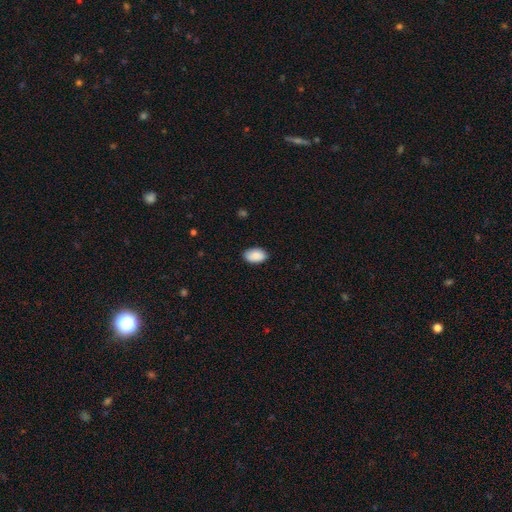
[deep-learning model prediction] Smooth or featured: smooth — 90% (star or artifact — 7%)
How rounded: in between — 93% (round — 6%)
Merging: none — 84% (minor disturbance — 13%)